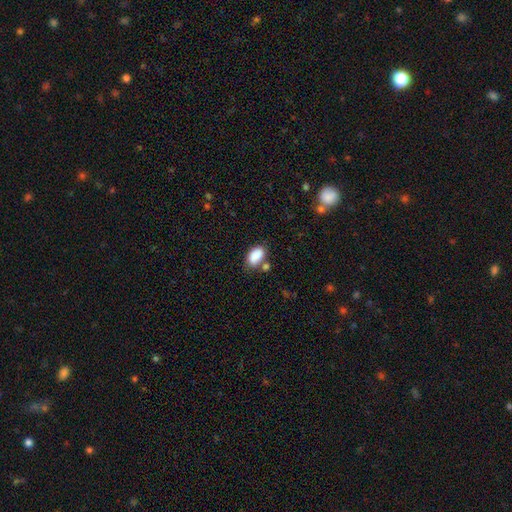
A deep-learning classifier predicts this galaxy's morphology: Smooth or featured: smooth — 87% (star or artifact — 8%)
How rounded: in between — 92% (round — 6%)
Merging: none — 63% (minor disturbance — 17%)